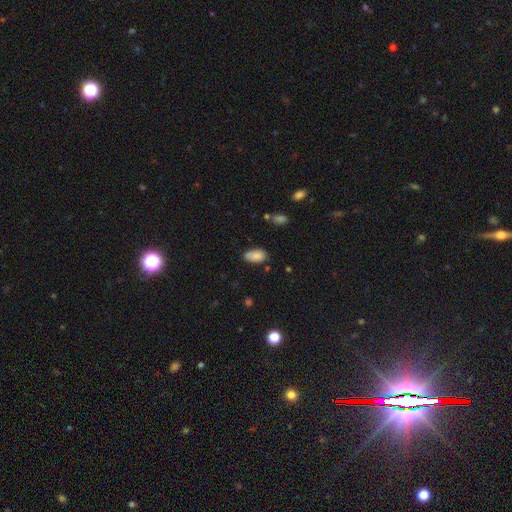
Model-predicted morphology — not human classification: This is clearly a smooth galaxy (85%). How rounded: clearly in between (93%). Merging: likely none (67%).